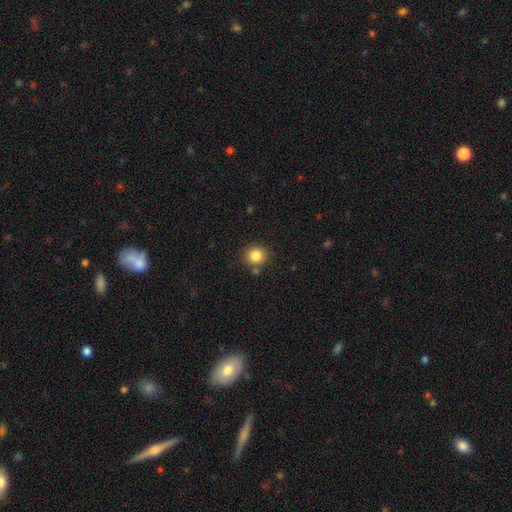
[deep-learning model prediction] Overall: smooth (84%). How rounded: round (88%). Merging: none (81%).